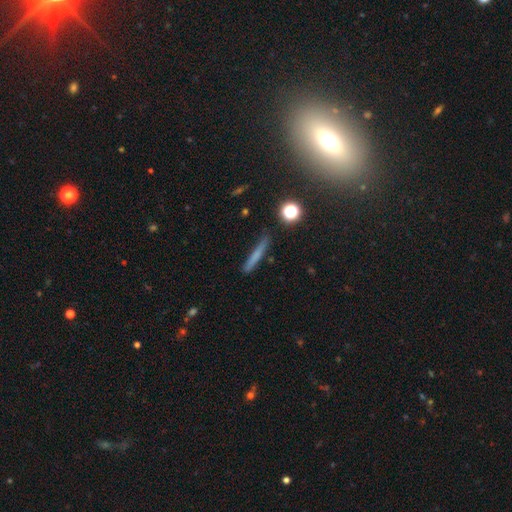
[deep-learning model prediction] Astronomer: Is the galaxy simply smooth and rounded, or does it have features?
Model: smooth — 64%.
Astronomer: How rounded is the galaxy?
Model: cigar-shaped — 93%.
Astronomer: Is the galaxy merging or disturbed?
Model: none — 85%.